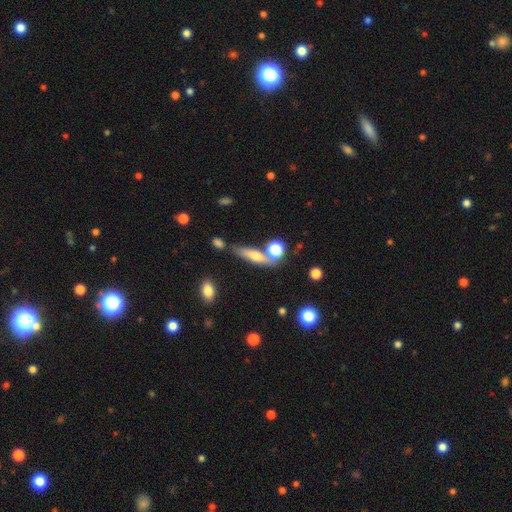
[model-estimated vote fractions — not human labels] The model was most divided on "smooth or featured": smooth: 56%, featured or disk: 33%, star or artifact: 11%. More confident: how rounded — cigar-shaped (62%); merging — none (59%).